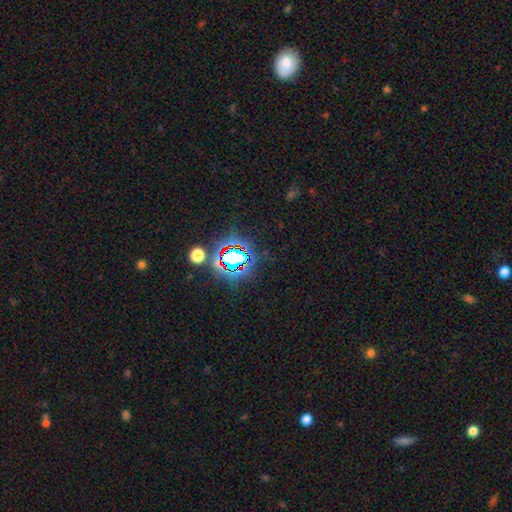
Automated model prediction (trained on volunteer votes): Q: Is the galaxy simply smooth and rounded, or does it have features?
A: star or artifact — 81%.